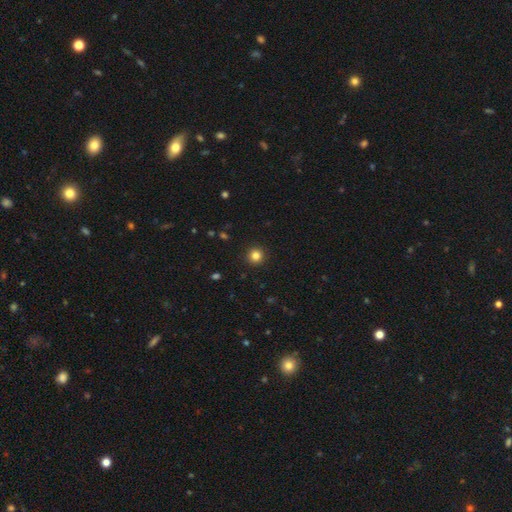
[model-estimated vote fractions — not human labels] smooth-or-featured: smooth: 83% | star or artifact: 12% | featured or disk: 5%
  how-rounded: round: 95% | in between: 4% | cigar-shaped: 1%
  merging: none: 93% | minor disturbance: 4% | major disturbance: 2% | merger: 1%